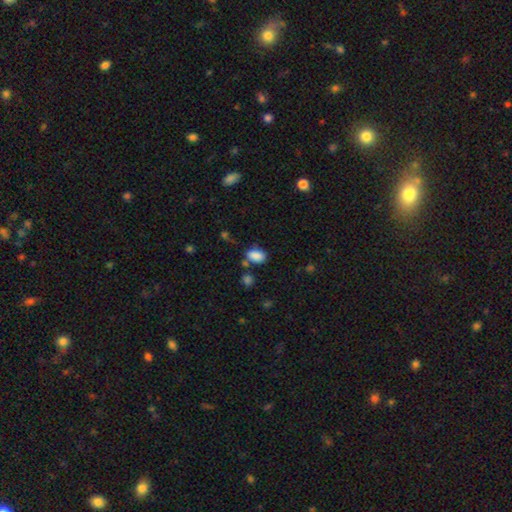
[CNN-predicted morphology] A smooth galaxy with no disk features (85%) that is in between round and cigar-shaped (85%).

Vote fractions:
- Smooth or featured? smooth: 85% / star or artifact: 10% / featured or disk: 5%
- How rounded? in between: 85% / round: 14% / cigar-shaped: 1%
- Merging? none: 63% / minor disturbance: 19% / merger: 12% / major disturbance: 6%